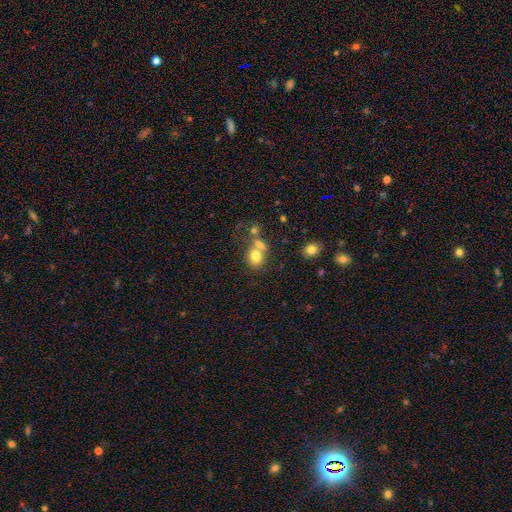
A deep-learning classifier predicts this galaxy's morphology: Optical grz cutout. It shows a smooth galaxy with no disk features (75%) that is round (51%). Merging: merger (44%).